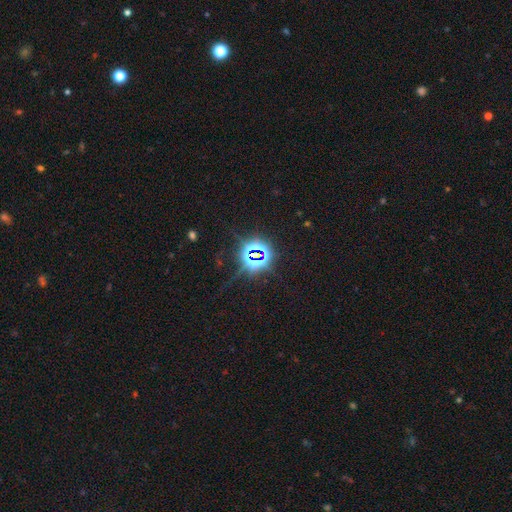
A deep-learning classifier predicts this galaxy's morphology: A star or artifact, not a galaxy (82%).